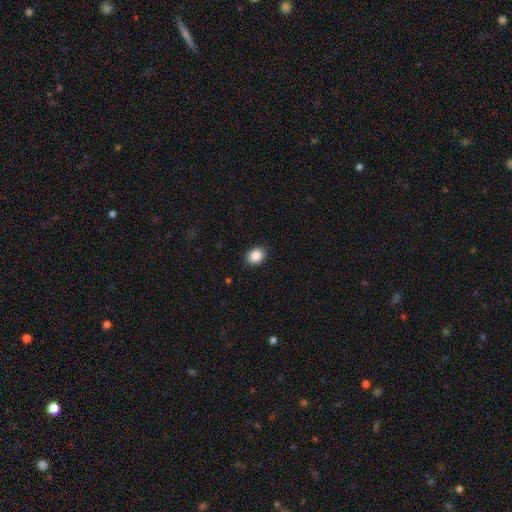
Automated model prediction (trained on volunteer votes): The model was most divided on "how rounded": in between: 54%, round: 45%, cigar-shaped: 1%. More confident: merging — none (90%); smooth or featured — smooth (87%).